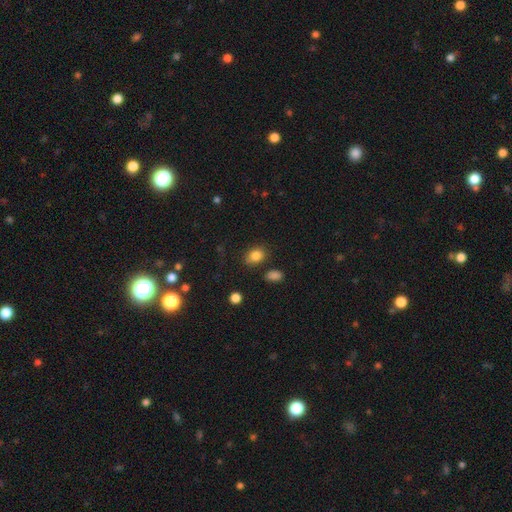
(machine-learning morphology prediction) A smooth galaxy with no disk features (84%) that is in between round and cigar-shaped (65%).

Vote fractions:
- Smooth or featured? smooth: 84% / star or artifact: 10% / featured or disk: 6%
- How rounded? in between: 65% / round: 34% / cigar-shaped: 1%
- Merging? none: 76% / minor disturbance: 16% / major disturbance: 4% / merger: 4%